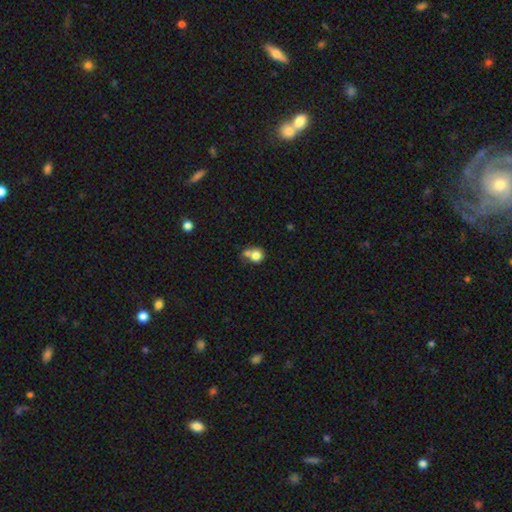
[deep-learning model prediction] smooth-or-featured: smooth: 78% | featured or disk: 11% | star or artifact: 10%
  how-rounded: round: 80% | in between: 19% | cigar-shaped: 1%
  merging: merger: 49% | none: 38% | minor disturbance: 9% | major disturbance: 4%